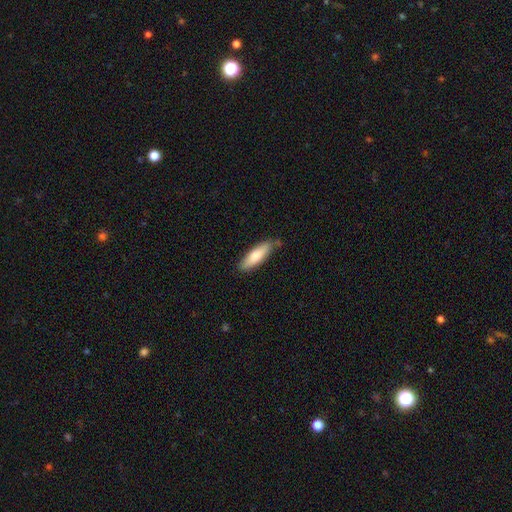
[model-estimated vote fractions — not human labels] Smooth or featured: smooth — 77% (featured or disk — 17%)
How rounded: cigar-shaped — 58% (in between — 40%)
Merging: none — 82% (minor disturbance — 13%)